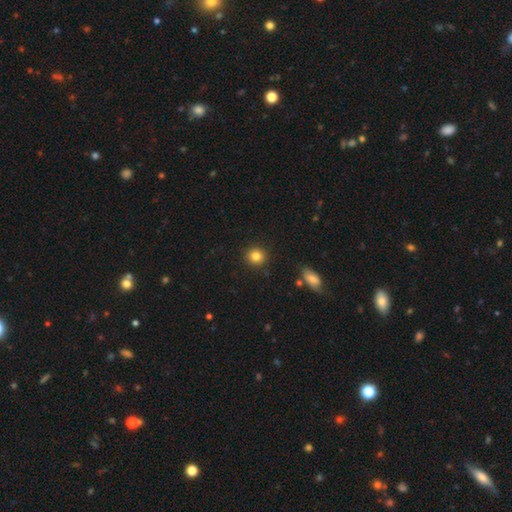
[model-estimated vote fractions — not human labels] smooth-or-featured: smooth: 83% | star or artifact: 11% | featured or disk: 6%
  how-rounded: round: 90% | in between: 9% | cigar-shaped: 1%
  merging: none: 91% | minor disturbance: 6% | major disturbance: 2% | merger: 1%